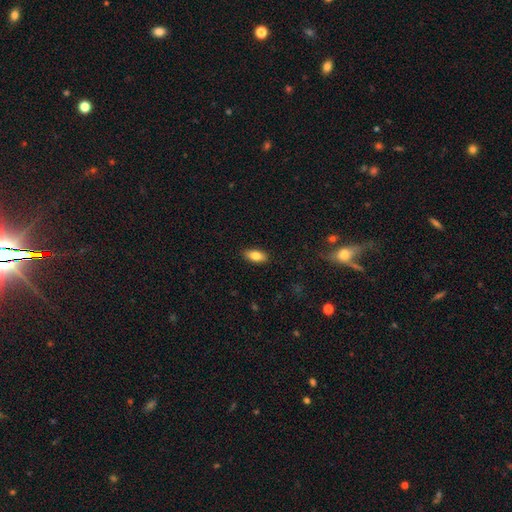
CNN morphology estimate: A smooth galaxy with no disk features (81%) that is in between round and cigar-shaped (87%). Merging: none (89%).